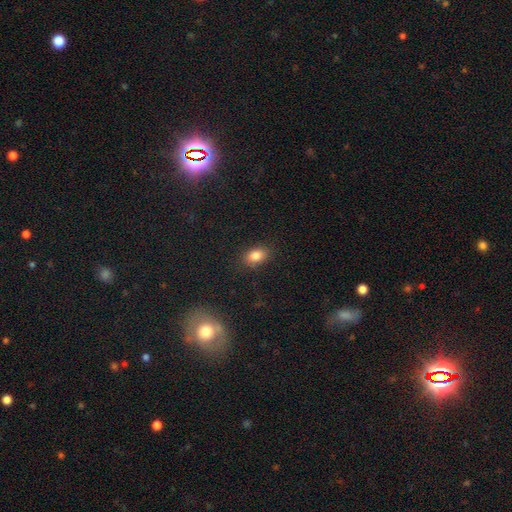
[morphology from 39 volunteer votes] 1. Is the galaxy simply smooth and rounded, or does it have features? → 82% smooth, 10% star or artifact, 8% featured or disk.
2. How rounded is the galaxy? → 84% in between, 16% round, 0% cigar-shaped.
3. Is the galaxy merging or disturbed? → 74% none, 20% minor disturbance, 6% major disturbance, 0% merger.